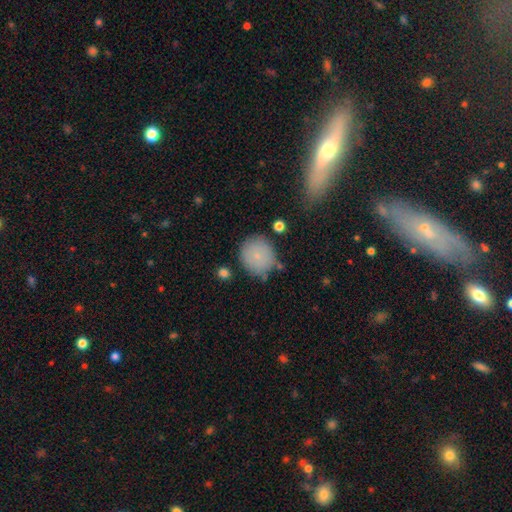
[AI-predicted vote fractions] Smooth or featured? Predicted: smooth (p=0.81). How rounded? Predicted: round (p=0.88). Merging? Predicted: none (p=0.76).